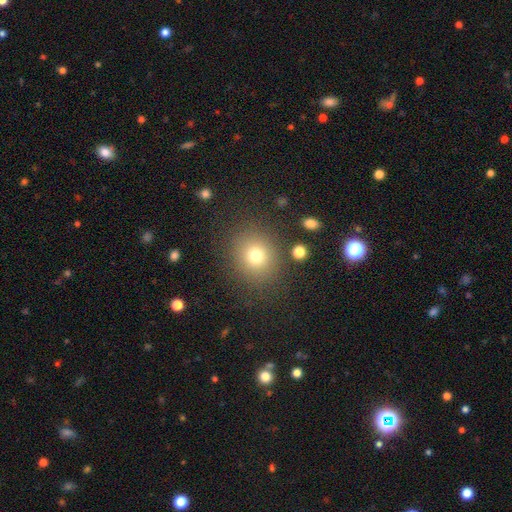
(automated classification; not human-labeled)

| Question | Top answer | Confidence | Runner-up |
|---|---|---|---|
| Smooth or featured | smooth | 74% | star or artifact (16%) |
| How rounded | round | 80% | in between (19%) |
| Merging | none | 84% | minor disturbance (9%) |